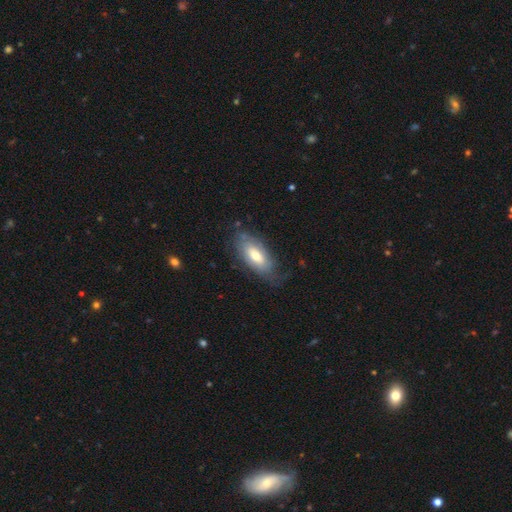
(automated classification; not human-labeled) This appears to be a smooth galaxy with no disk features (51%) that is in between round and cigar-shaped (88%). Merging: none (65%).